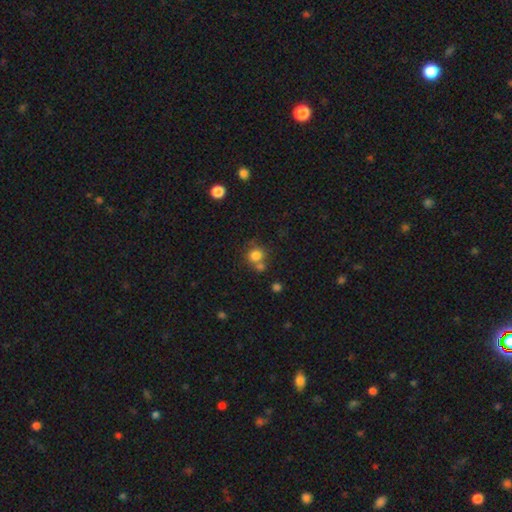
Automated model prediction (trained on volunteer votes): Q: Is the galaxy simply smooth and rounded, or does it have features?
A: smooth — 79%.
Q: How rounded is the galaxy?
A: round — 83%.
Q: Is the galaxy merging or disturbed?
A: none — 55%.